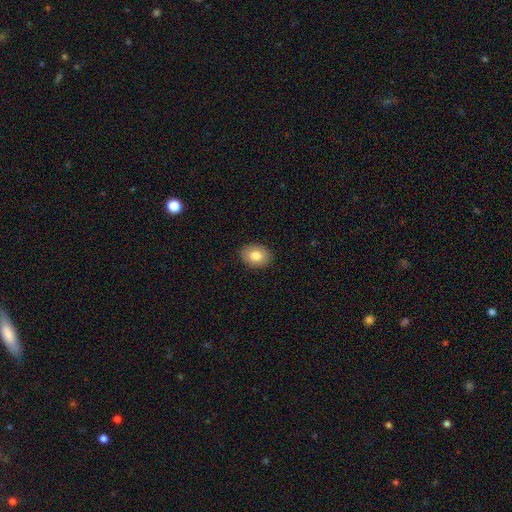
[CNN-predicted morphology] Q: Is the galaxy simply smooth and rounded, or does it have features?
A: smooth — 81%.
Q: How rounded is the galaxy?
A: in between — 68%.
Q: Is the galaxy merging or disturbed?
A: none — 90%.